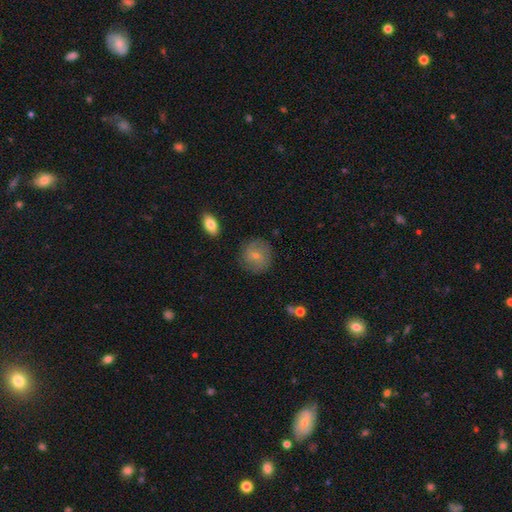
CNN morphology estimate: smooth_or_featured: smooth (p=0.63) [alt: featured or disk p=0.29]
how_rounded: round (p=0.88) [alt: in between p=0.11]
merging: none (p=0.79) [alt: minor disturbance p=0.14]